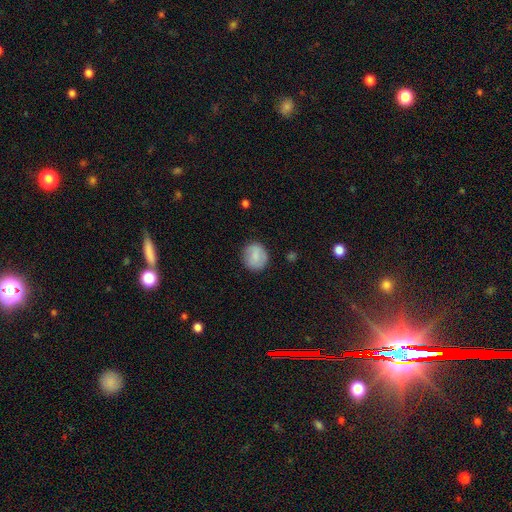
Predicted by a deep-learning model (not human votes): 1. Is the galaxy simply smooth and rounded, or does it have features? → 79% smooth, 14% featured or disk, 7% star or artifact.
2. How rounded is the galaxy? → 83% round, 16% in between, 1% cigar-shaped.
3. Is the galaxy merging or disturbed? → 84% none, 12% minor disturbance, 3% major disturbance, 1% merger.